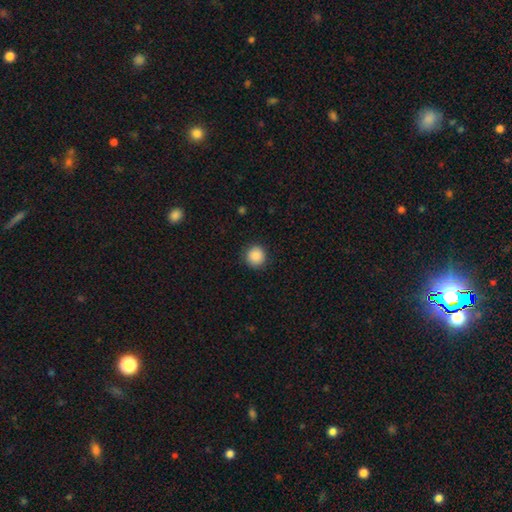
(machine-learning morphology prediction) Q: Smooth or featured?
A: smooth (88%); runner-up: star or artifact (9%)
Q: How rounded?
A: round (94%); runner-up: in between (5%)
Q: Merging?
A: none (91%); runner-up: minor disturbance (6%)